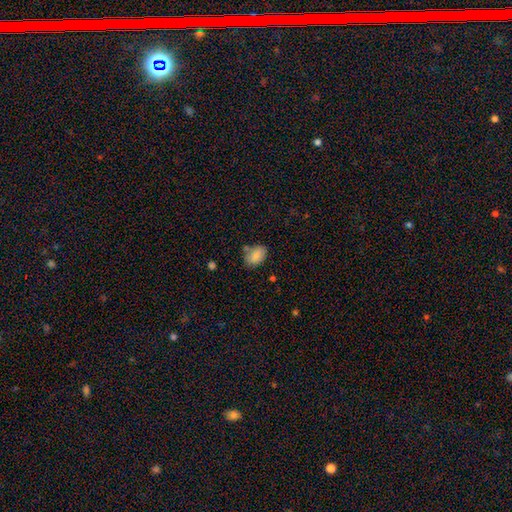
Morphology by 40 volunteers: A smooth galaxy with no disk features (82%) that is in between round and cigar-shaped (94%).

Vote fractions:
- Smooth or featured? smooth: 82% / featured or disk: 10% / star or artifact: 8%
- How rounded? in between: 94% / round: 6% / cigar-shaped: 0%
- Merging? none: 54% / minor disturbance: 22% / merger: 19% / major disturbance: 5%